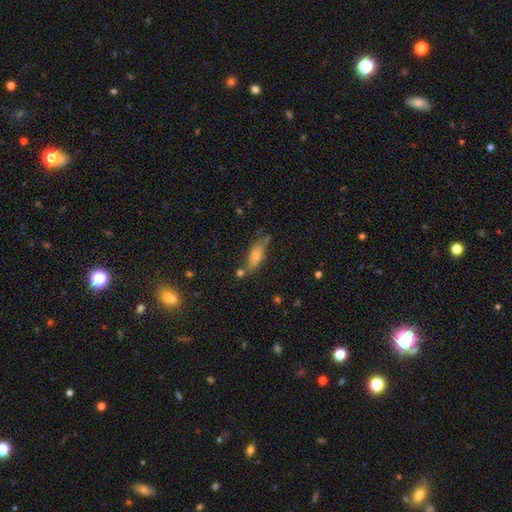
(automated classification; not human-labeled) Smooth or featured: smooth — 60% (featured or disk — 30%)
How rounded: in between — 55% (cigar-shaped — 42%)
Merging: none — 57% (minor disturbance — 24%)